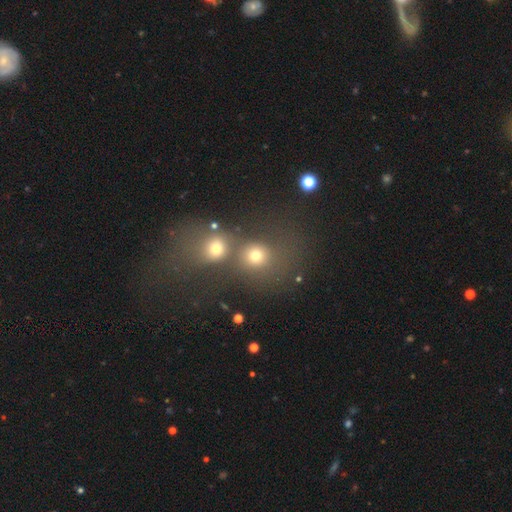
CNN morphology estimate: A smooth galaxy with no disk features (72%) that is round (79%).

Vote fractions:
- Smooth or featured? smooth: 72% / star or artifact: 16% / featured or disk: 11%
- How rounded? round: 79% / in between: 20% / cigar-shaped: 1%
- Merging? merger: 48% / none: 37% / major disturbance: 7% / minor disturbance: 7%